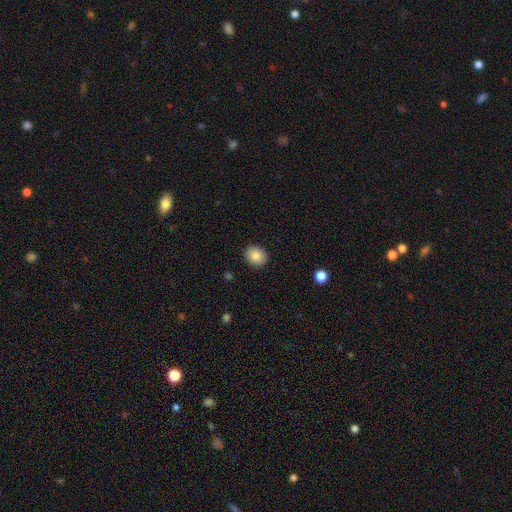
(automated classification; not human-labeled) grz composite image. It shows a smooth galaxy with no disk features (85%) that is round (64%). Merging: none (90%).